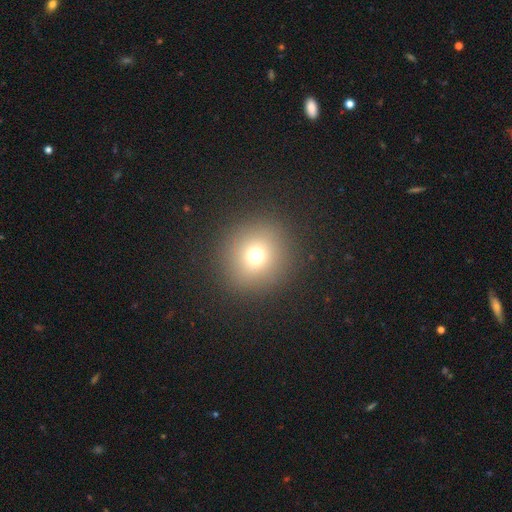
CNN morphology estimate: Overall: smooth (71%). How rounded: round (92%). Merging: none (90%).